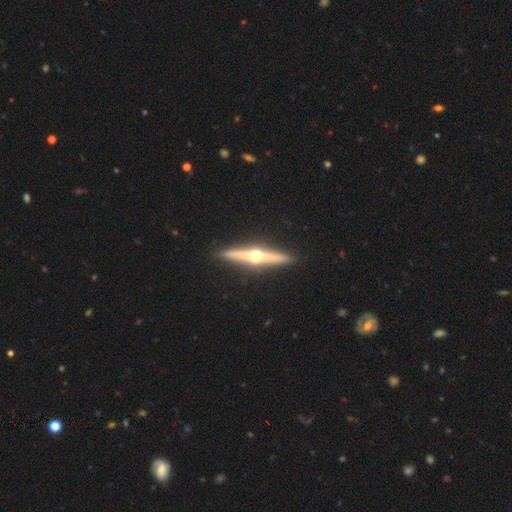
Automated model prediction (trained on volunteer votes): Smooth or featured? Predicted: featured or disk (p=0.83). Edge-on disk? Predicted: yes (p=0.98). Edge-on bulge? Predicted: rounded (p=0.96). Merging? Predicted: none (p=0.92).